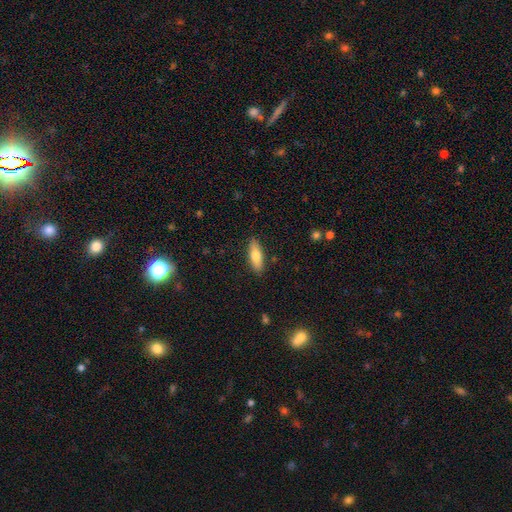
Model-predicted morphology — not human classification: A smooth galaxy with no disk features (71%) that is in between round and cigar-shaped (58%). Merging: none (88%).